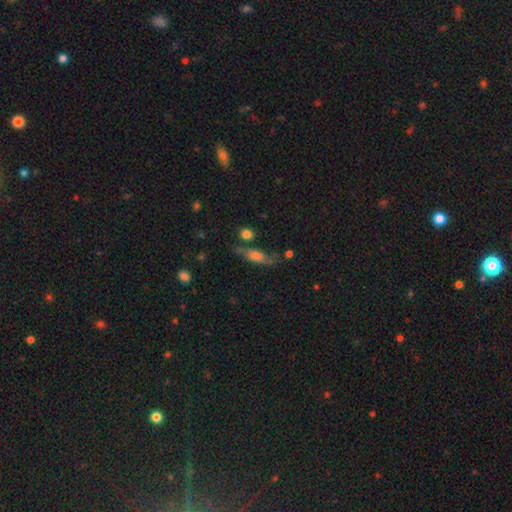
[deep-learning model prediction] Morphology: type=featured or disk (51%); edge-on=yes (55%); merging=none (60%).